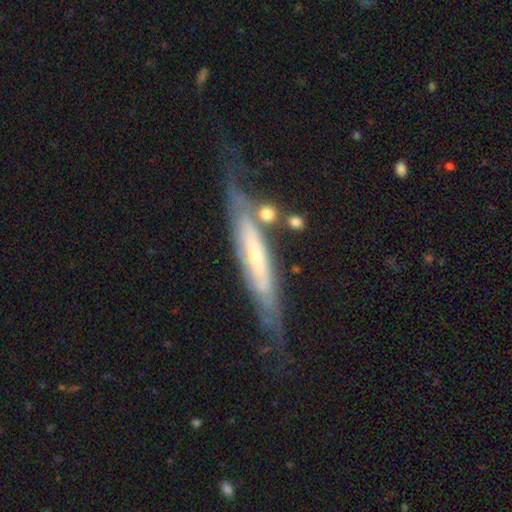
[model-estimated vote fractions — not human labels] Morphology: type=featured or disk (71%); edge-on=yes (63%); merging=none (57%).